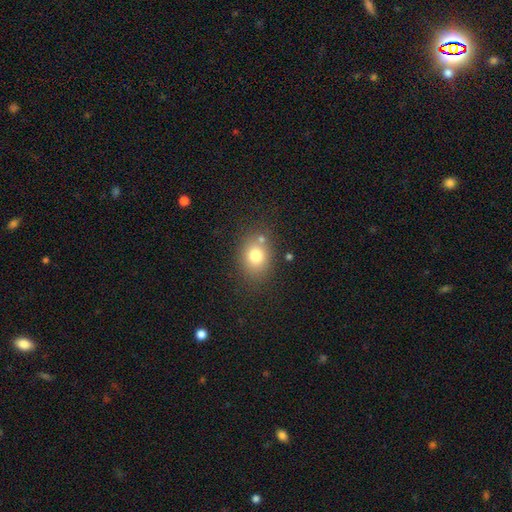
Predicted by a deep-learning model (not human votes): Smooth or featured? Predicted: smooth (p=0.76). How rounded? Predicted: in between (p=0.52). Merging? Predicted: none (p=0.72).